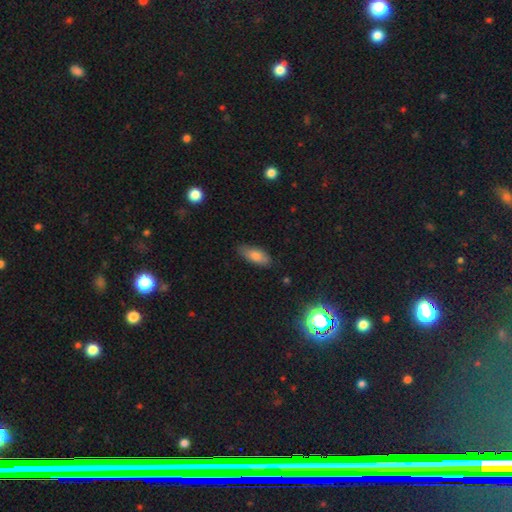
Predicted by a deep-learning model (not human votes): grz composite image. It shows a smooth galaxy with no disk features (80%) that is in between round and cigar-shaped (78%). Merging: none (82%).